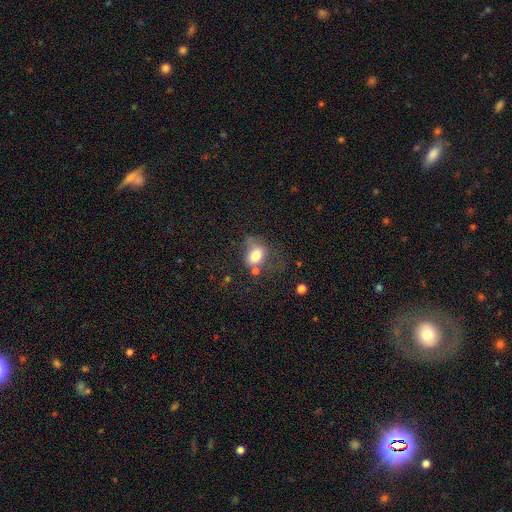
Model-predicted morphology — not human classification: smooth_or_featured: smooth (p=0.74) [alt: featured or disk p=0.16]
how_rounded: in between (p=0.64) [alt: round p=0.35]
merging: none (p=0.36) [alt: minor disturbance p=0.26]